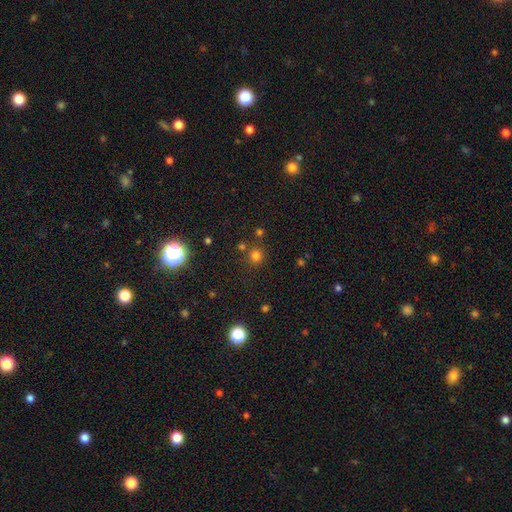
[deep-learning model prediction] Smooth or featured: smooth — 71% (star or artifact — 23%)
How rounded: round — 91% (in between — 8%)
Merging: none — 79% (merger — 10%)